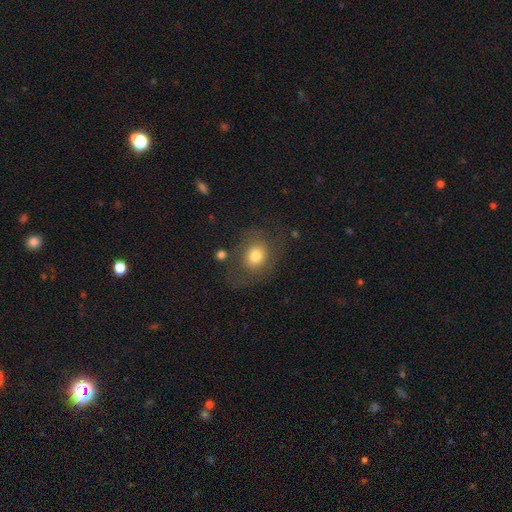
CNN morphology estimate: Smooth or featured?
  - smooth: 69% *
  - featured or disk: 20%
  - star or artifact: 11%
How rounded?
  - round: 61% *
  - in between: 38%
  - cigar-shaped: 1%
Merging?
  - none: 66% *
  - minor disturbance: 17%
  - major disturbance: 13%
  - merger: 3%